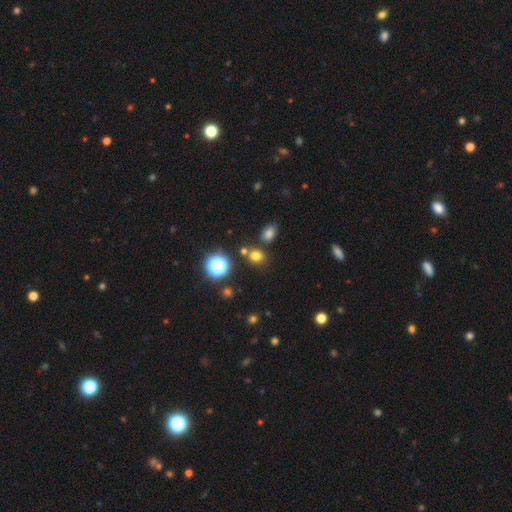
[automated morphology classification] A smooth galaxy with no disk features (72%) that is round (69%).

Vote fractions:
- Smooth or featured? smooth: 72% / star or artifact: 22% / featured or disk: 6%
- How rounded? round: 69% / in between: 30% / cigar-shaped: 1%
- Merging? none: 76% / merger: 11% / minor disturbance: 10% / major disturbance: 3%